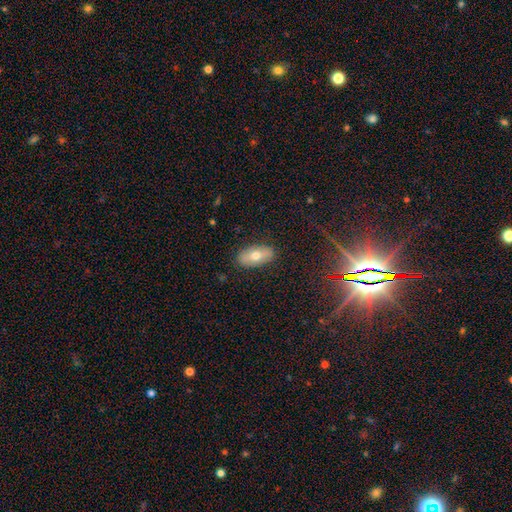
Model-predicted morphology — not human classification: Smooth or featured?
  - smooth: 66% *
  - featured or disk: 26%
  - star or artifact: 8%
How rounded?
  - in between: 90% *
  - cigar-shaped: 6%
  - round: 4%
Merging?
  - none: 86% *
  - minor disturbance: 11%
  - major disturbance: 2%
  - merger: 1%